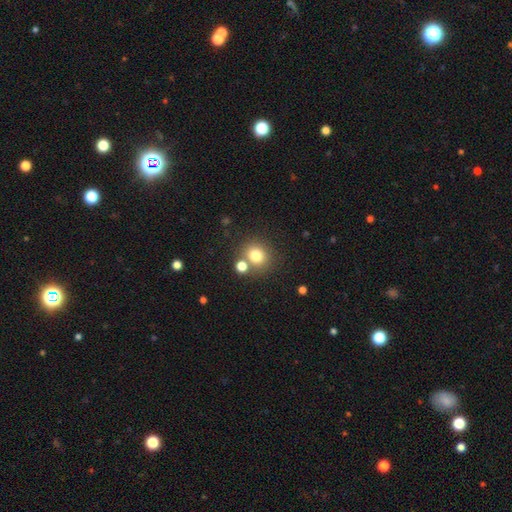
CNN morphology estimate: Overall: smooth (78%). How rounded: round (85%). Merging: none (69%).